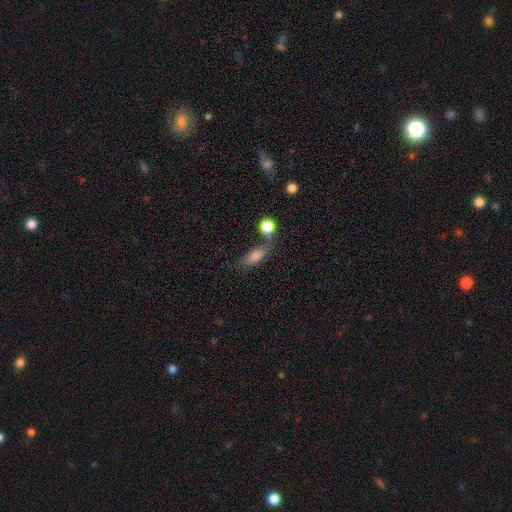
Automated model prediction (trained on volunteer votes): smooth 77%, featured or disk 12%, star or artifact 11%. Down the decision tree: how rounded — in between (73%); merging — none (48%).